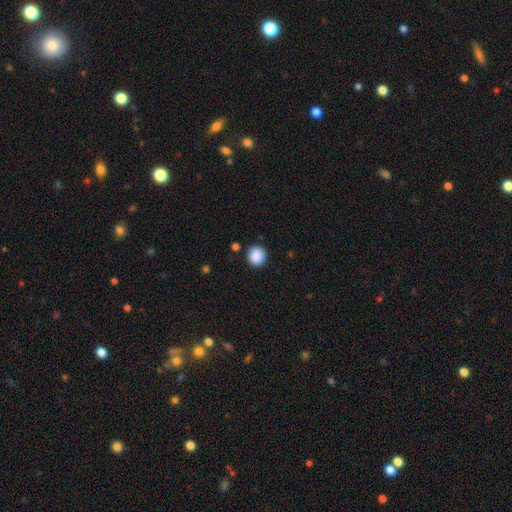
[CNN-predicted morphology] smooth 89%, star or artifact 8%, featured or disk 3%. Down the decision tree: how rounded — round (92%); merging — none (90%).